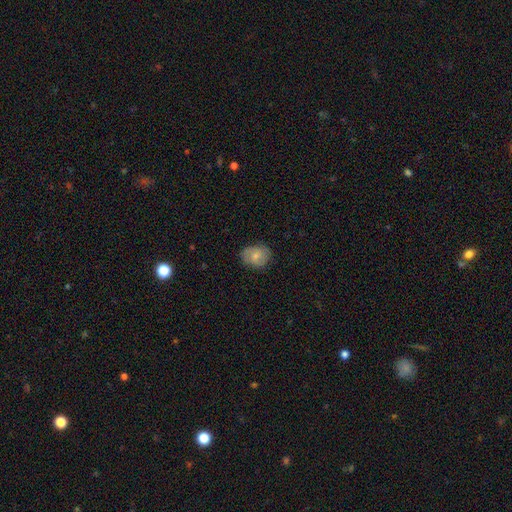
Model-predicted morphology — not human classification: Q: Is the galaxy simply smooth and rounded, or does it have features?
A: smooth — 56%.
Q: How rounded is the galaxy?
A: round — 59%.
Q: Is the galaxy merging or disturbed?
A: none — 76%.